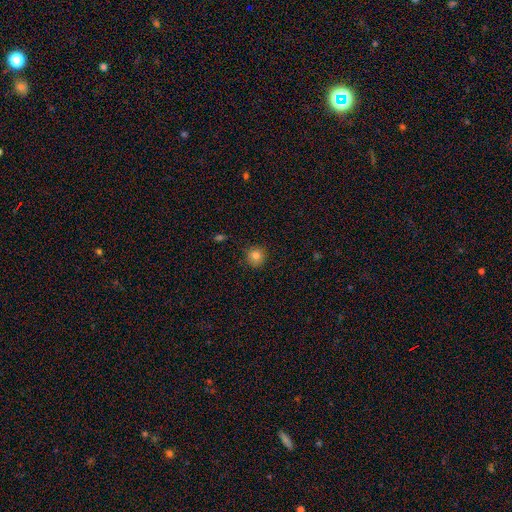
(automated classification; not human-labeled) A smooth galaxy with no disk features (81%) that is round (92%). Merging: none (87%).